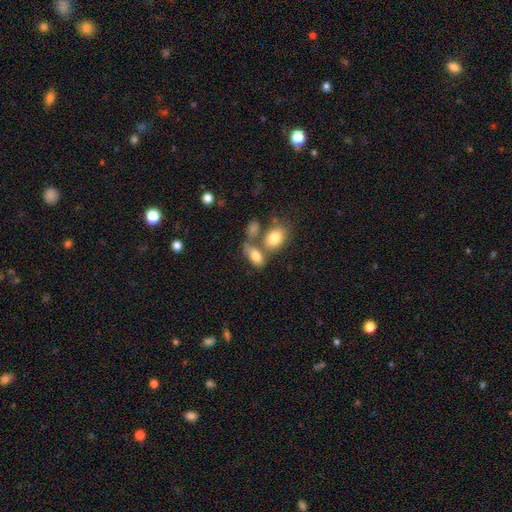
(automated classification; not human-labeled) Overall: smooth (77%). How rounded: in between (90%). Merging: merger (42%; none 39%).